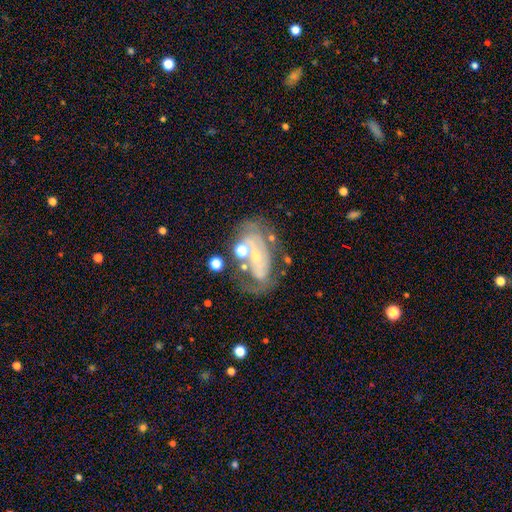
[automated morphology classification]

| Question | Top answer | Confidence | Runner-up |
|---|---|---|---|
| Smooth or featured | featured or disk | 72% | smooth (16%) |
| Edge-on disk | no | 94% | yes (6%) |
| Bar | no | 60% | weak (26%) |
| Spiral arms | yes | 71% | no (29%) |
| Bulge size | small | 67% | moderate (25%) |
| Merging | none | 47% | major disturbance (22%) |